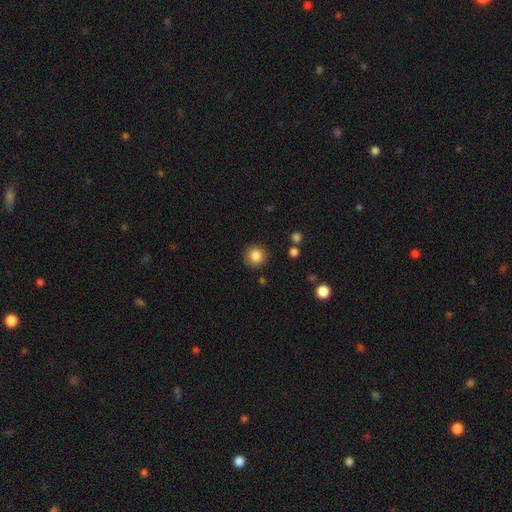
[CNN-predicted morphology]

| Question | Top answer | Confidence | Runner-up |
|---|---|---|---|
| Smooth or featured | smooth | 85% | star or artifact (10%) |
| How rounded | round | 93% | in between (6%) |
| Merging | none | 88% | minor disturbance (7%) |